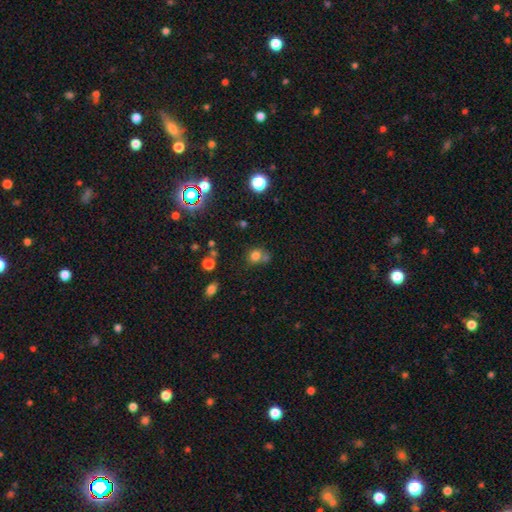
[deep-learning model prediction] Overall: smooth (74%). How rounded: round (76%). Merging: none (51%; merger 27%).